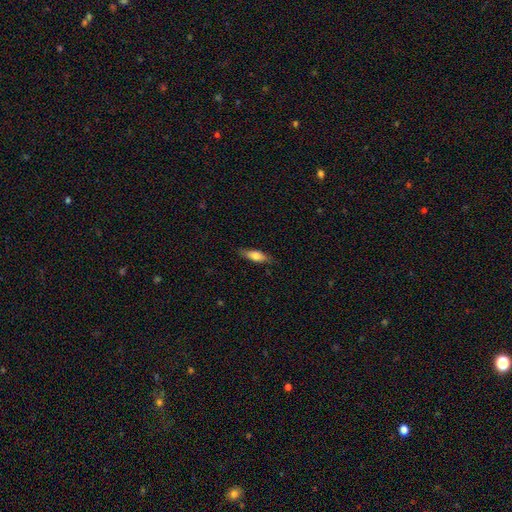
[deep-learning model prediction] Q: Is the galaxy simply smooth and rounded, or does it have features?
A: smooth — 66%.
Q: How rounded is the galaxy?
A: in between — 51%.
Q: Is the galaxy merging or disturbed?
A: none — 83%.